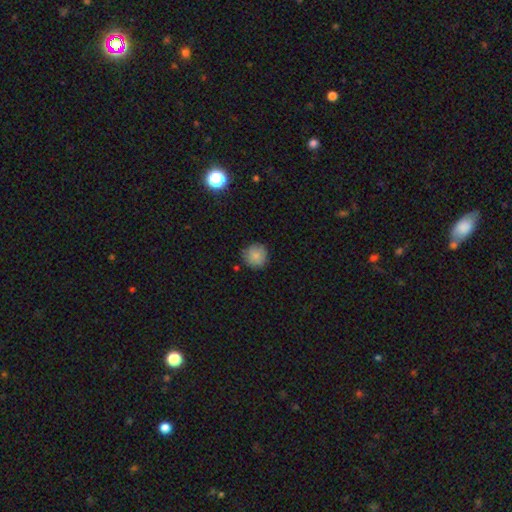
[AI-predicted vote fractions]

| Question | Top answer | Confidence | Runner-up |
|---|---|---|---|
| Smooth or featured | smooth | 82% | featured or disk (9%) |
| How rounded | round | 94% | in between (5%) |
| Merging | none | 83% | minor disturbance (13%) |